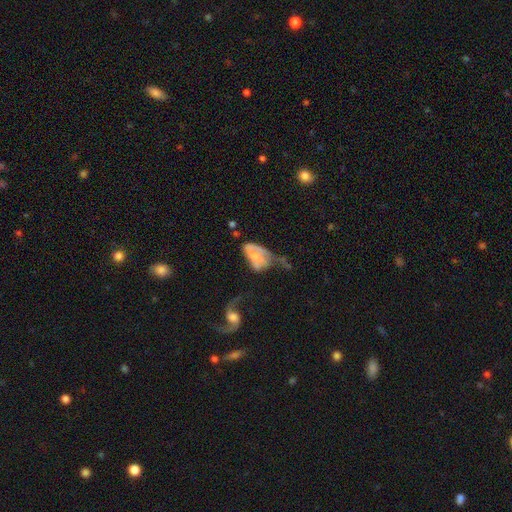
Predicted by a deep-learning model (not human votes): Smooth or featured: featured or disk — 54% (smooth — 38%)
Edge-on disk: no — 95% (yes — 5%)
Bar: no — 66% (weak — 27%)
Spiral arms: yes — 54% (no — 46%)
Bulge size: small — 43% (moderate — 30%)
Merging: major disturbance — 45% (minor disturbance — 21%)